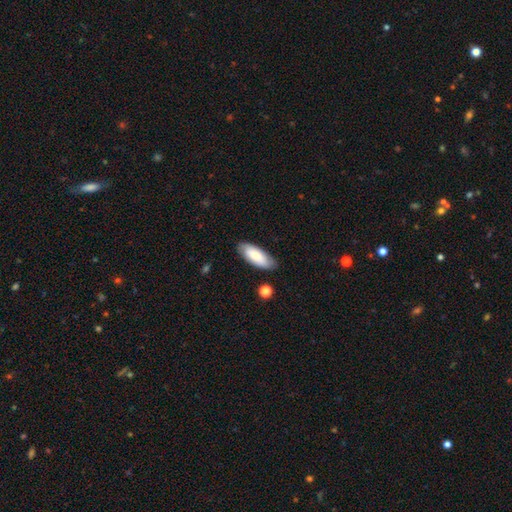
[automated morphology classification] Overall: smooth (80%). How rounded: in between (76%). Merging: none (82%).